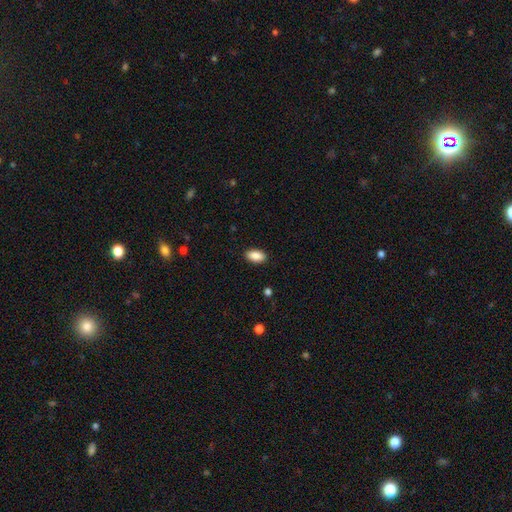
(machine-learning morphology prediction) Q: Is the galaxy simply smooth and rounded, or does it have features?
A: smooth — 89%.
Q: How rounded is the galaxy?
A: in between — 93%.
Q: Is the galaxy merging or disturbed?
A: none — 90%.